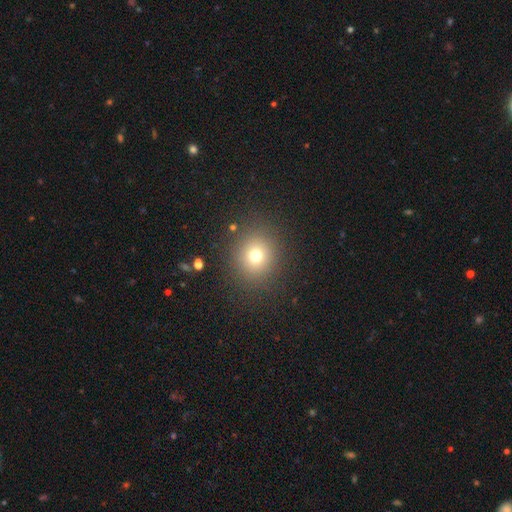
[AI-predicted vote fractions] smooth_or_featured: smooth (p=0.72) [alt: star or artifact p=0.18]
how_rounded: round (p=0.88) [alt: in between p=0.12]
merging: none (p=0.87) [alt: minor disturbance p=0.07]